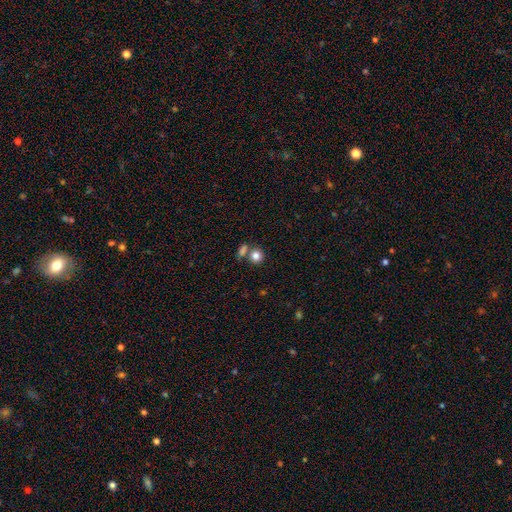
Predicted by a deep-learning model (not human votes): Q: Smooth or featured?
A: smooth (83%); runner-up: star or artifact (10%)
Q: How rounded?
A: round (82%); runner-up: in between (17%)
Q: Merging?
A: none (60%); runner-up: merger (27%)